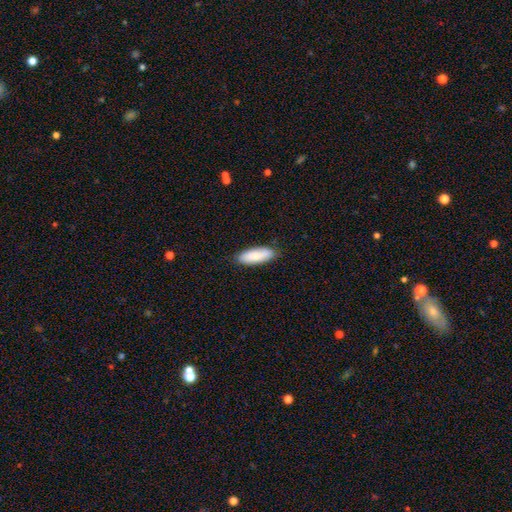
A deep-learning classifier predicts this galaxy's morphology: This is clearly a smooth galaxy (85%). How rounded: likely in between (65%). Merging: clearly none (87%).